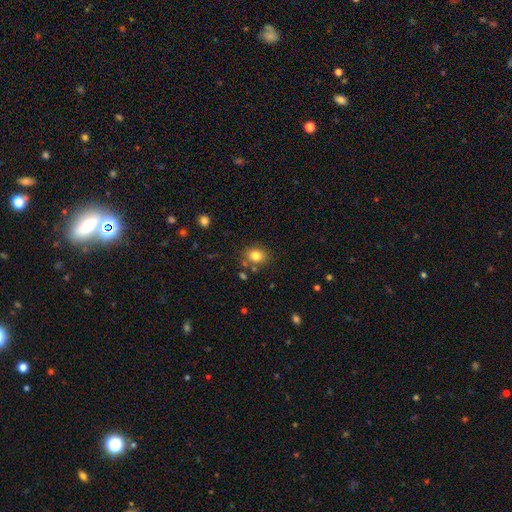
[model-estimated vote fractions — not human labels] A smooth galaxy with no disk features (81%) that is round (59%). Merging: none (78%).